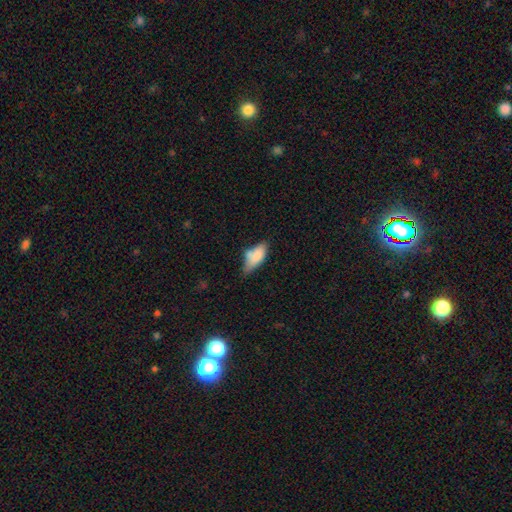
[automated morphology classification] A smooth galaxy with no disk features (77%) that is in between round and cigar-shaped (79%). Merging: none (42%).